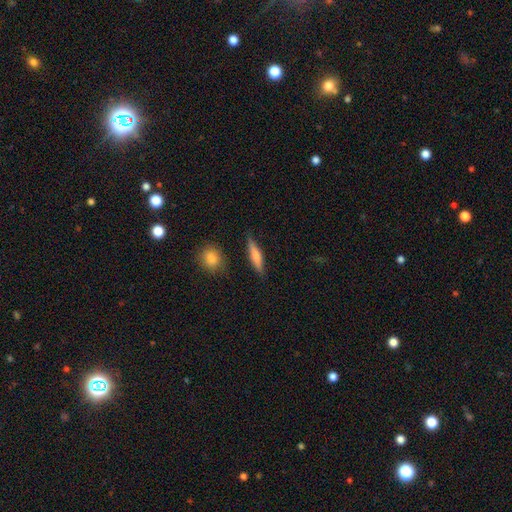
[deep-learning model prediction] A smooth galaxy with no disk features (66%) that is cigar-shaped (77%).

Vote fractions:
- Smooth or featured? smooth: 66% / featured or disk: 27% / star or artifact: 7%
- How rounded? cigar-shaped: 77% / in between: 20% / round: 3%
- Merging? none: 83% / minor disturbance: 12% / merger: 3% / major disturbance: 3%